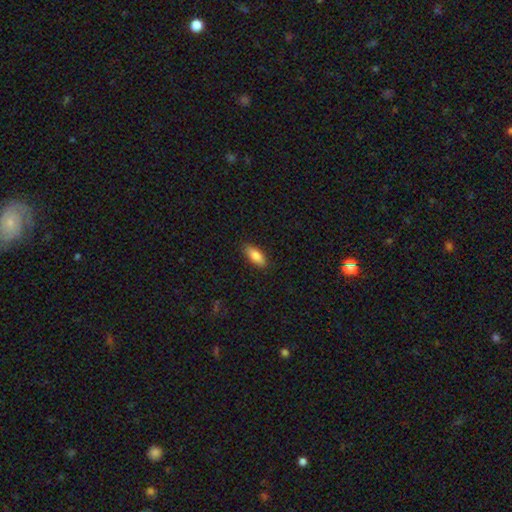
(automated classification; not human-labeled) Smooth or featured: smooth — 82% (featured or disk — 12%)
How rounded: in between — 75% (cigar-shaped — 23%)
Merging: none — 88% (minor disturbance — 9%)